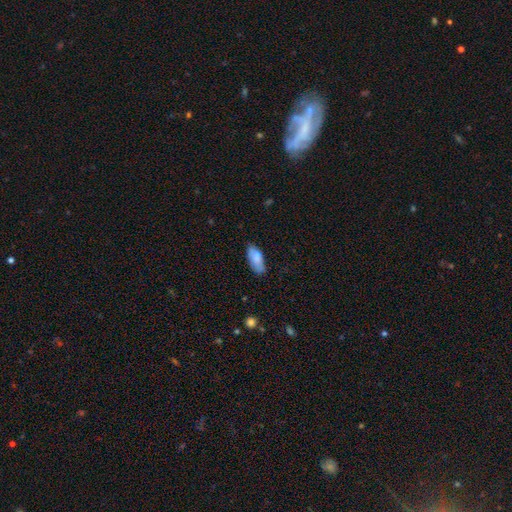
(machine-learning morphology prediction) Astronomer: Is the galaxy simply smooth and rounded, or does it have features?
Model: smooth — 82%.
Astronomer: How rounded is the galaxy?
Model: in between — 83%.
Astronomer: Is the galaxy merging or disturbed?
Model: none — 71%.